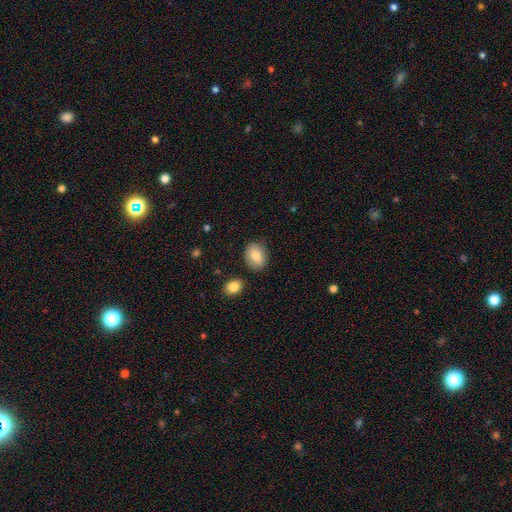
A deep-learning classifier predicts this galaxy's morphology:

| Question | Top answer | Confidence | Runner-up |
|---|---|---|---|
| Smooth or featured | smooth | 81% | featured or disk (12%) |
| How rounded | in between | 70% | round (28%) |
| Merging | none | 82% | minor disturbance (12%) |